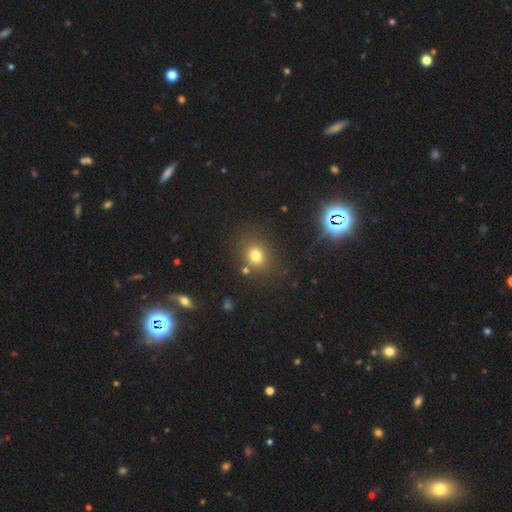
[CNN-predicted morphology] Smooth or featured?
  - smooth: 74% *
  - star or artifact: 17%
  - featured or disk: 9%
How rounded?
  - round: 70% *
  - in between: 29%
  - cigar-shaped: 1%
Merging?
  - none: 77% *
  - minor disturbance: 11%
  - merger: 7%
  - major disturbance: 5%